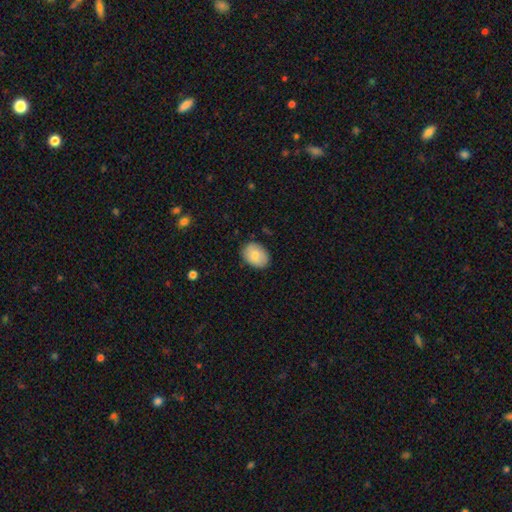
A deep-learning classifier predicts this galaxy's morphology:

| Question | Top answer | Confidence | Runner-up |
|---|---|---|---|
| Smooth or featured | smooth | 80% | featured or disk (13%) |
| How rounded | in between | 76% | round (23%) |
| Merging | none | 84% | minor disturbance (13%) |